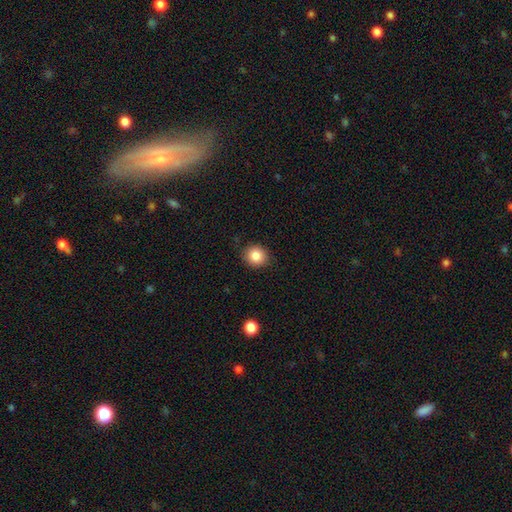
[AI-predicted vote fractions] smooth-or-featured: smooth: 85% | star or artifact: 10% | featured or disk: 5%
  how-rounded: round: 82% | in between: 17% | cigar-shaped: 1%
  merging: none: 88% | minor disturbance: 9% | major disturbance: 2% | merger: 1%